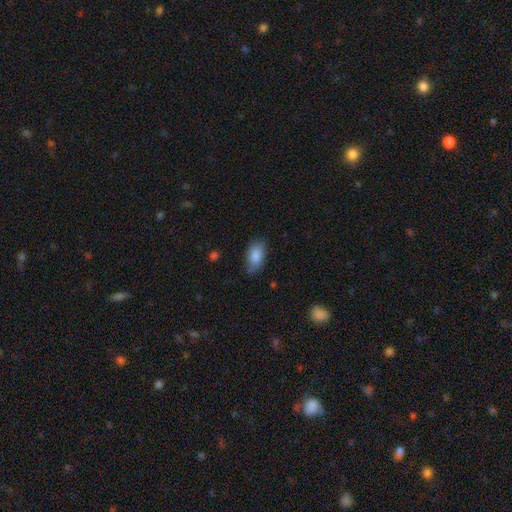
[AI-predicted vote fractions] A smooth galaxy with no disk features (86%) that is in between round and cigar-shaped (91%).

Vote fractions:
- Smooth or featured? smooth: 86% / star or artifact: 7% / featured or disk: 7%
- How rounded? in between: 91% / round: 5% / cigar-shaped: 4%
- Merging? none: 73% / minor disturbance: 21% / major disturbance: 5% / merger: 1%